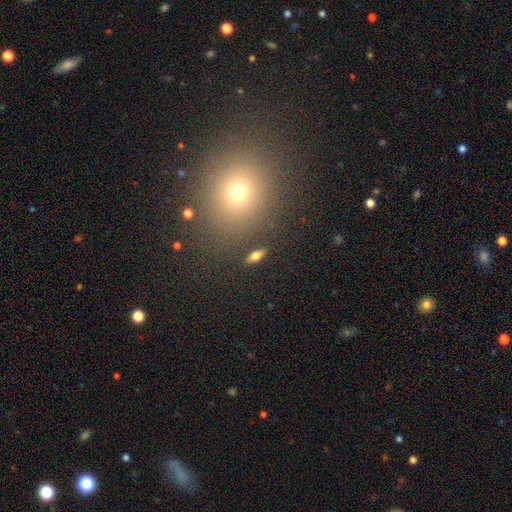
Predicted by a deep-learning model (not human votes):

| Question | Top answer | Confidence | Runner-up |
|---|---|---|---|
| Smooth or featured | smooth | 68% | featured or disk (21%) |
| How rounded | in between | 71% | cigar-shaped (21%) |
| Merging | none | 87% | minor disturbance (8%) |